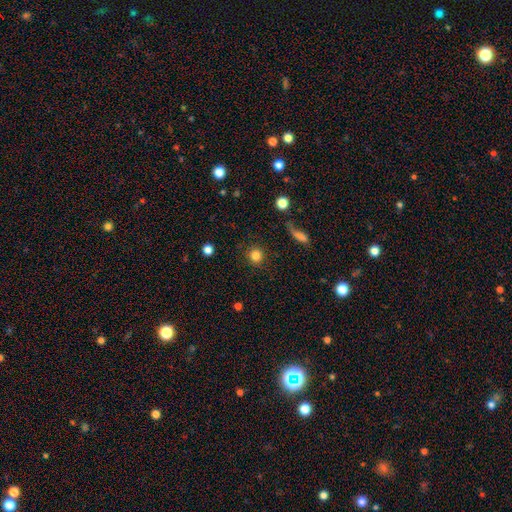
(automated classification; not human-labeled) This appears to be a smooth galaxy with no disk features (84%) that is round (92%). Merging: none (89%).